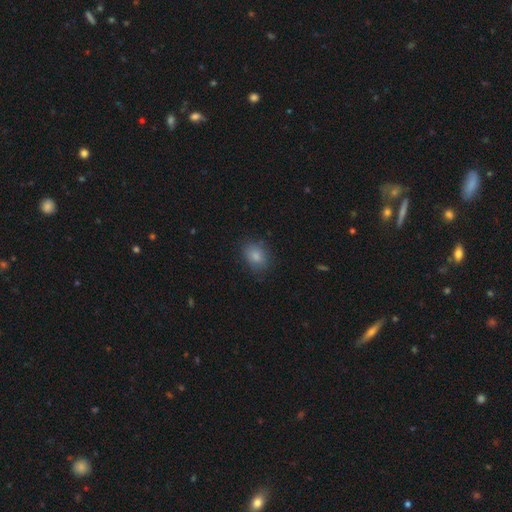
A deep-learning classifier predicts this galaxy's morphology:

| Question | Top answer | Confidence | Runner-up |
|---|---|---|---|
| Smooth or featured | smooth | 84% | star or artifact (9%) |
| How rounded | in between | 66% | round (33%) |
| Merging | none | 78% | minor disturbance (16%) |